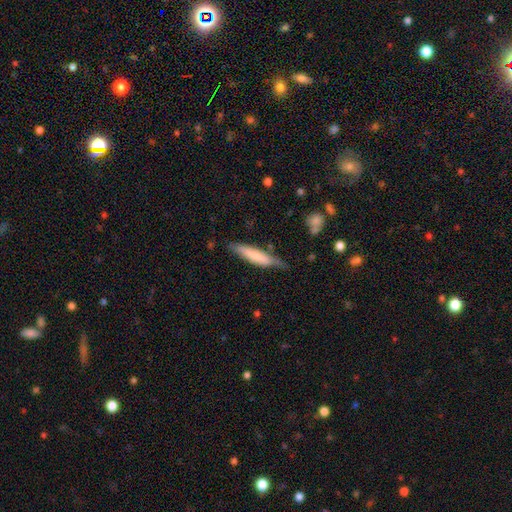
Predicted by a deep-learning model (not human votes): smooth_or_featured: smooth (p=0.67) [alt: featured or disk p=0.27]
how_rounded: cigar-shaped (p=0.84) [alt: in between p=0.14]
merging: none (p=0.68) [alt: minor disturbance p=0.25]